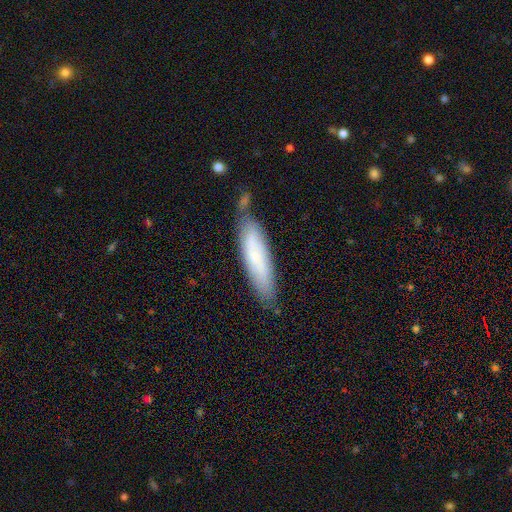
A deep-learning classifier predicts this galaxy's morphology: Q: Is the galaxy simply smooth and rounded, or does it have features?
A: smooth — 63%.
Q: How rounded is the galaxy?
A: cigar-shaped — 73%.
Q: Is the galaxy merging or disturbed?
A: none — 66%.